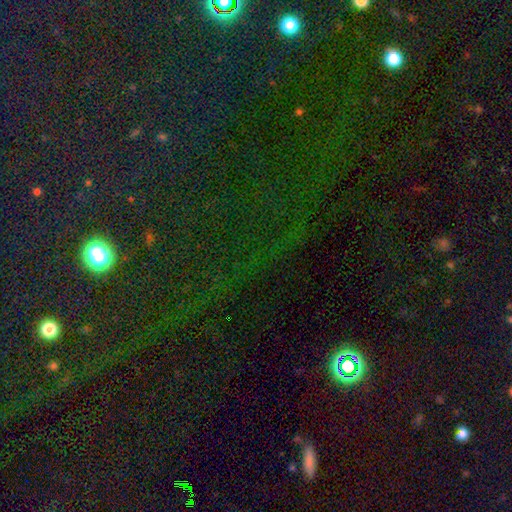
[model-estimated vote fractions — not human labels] Q: Smooth or featured?
A: star or artifact (76%); runner-up: smooth (15%)